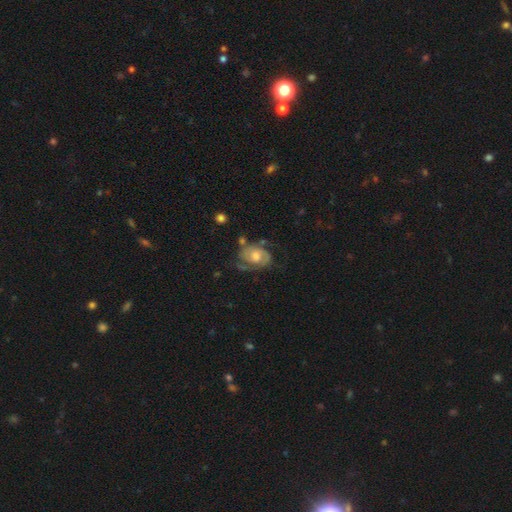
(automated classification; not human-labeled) This appears to be a featured or disk galaxy (75%) with no bar (71%), 2 (71%) tight (43%) spiral arms (90%) and a moderate central bulge (63%). Merging: none (56%).